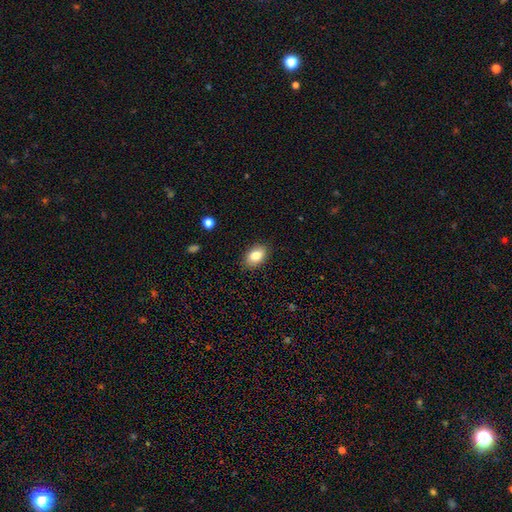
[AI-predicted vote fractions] Q: Smooth or featured?
A: smooth (83%); runner-up: featured or disk (9%)
Q: How rounded?
A: in between (87%); runner-up: round (12%)
Q: Merging?
A: none (88%); runner-up: minor disturbance (9%)